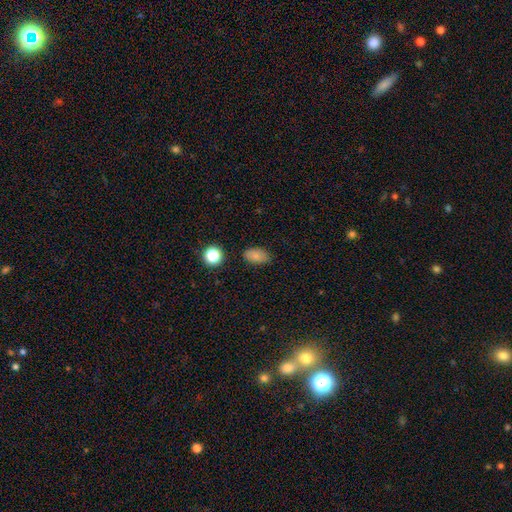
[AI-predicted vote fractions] Q: Smooth or featured?
A: smooth (80%); runner-up: star or artifact (12%)
Q: How rounded?
A: in between (86%); runner-up: round (11%)
Q: Merging?
A: none (79%); runner-up: minor disturbance (16%)